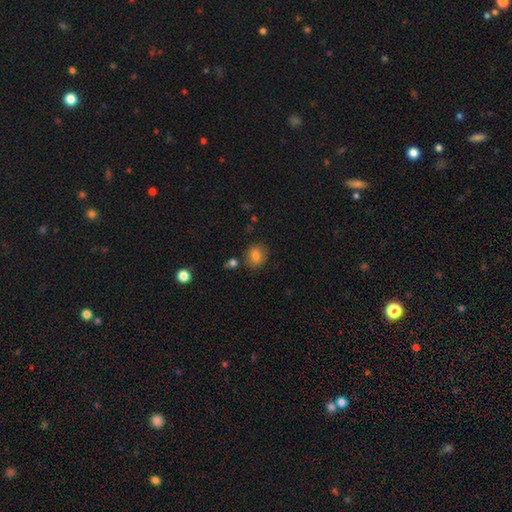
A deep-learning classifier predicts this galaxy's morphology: This appears to be a smooth galaxy with no disk features (79%) that is round (56%). Merging: none (80%).